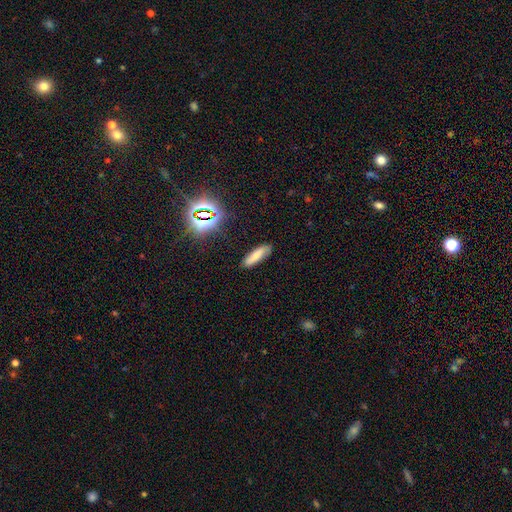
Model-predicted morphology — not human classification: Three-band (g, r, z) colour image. It shows a smooth galaxy with no disk features (71%) that is cigar-shaped (61%). Merging: none (82%).